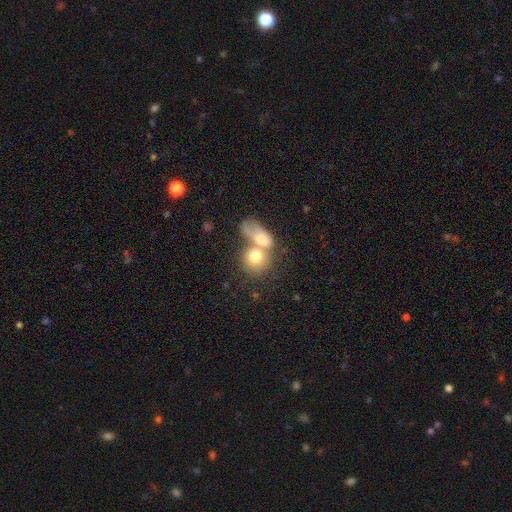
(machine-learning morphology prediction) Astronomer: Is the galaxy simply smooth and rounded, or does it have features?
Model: smooth — 68%.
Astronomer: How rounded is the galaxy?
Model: round — 56% (runner-up: in between, 41%).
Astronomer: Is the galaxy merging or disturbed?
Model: merger — 72%.